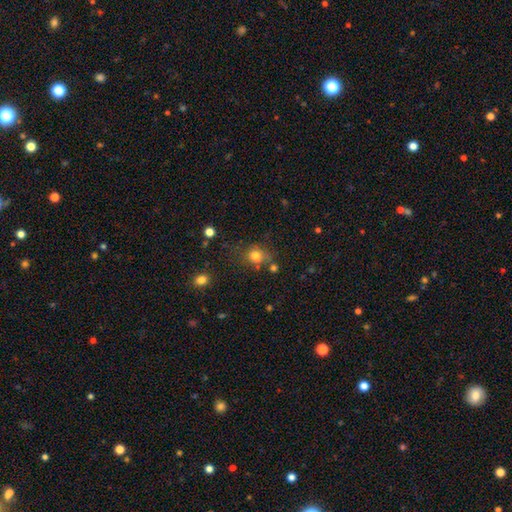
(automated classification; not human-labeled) Smooth or featured?
  - smooth: 77% *
  - star or artifact: 14%
  - featured or disk: 9%
How rounded?
  - round: 76% *
  - in between: 23%
  - cigar-shaped: 1%
Merging?
  - none: 64% *
  - minor disturbance: 18%
  - merger: 11%
  - major disturbance: 7%